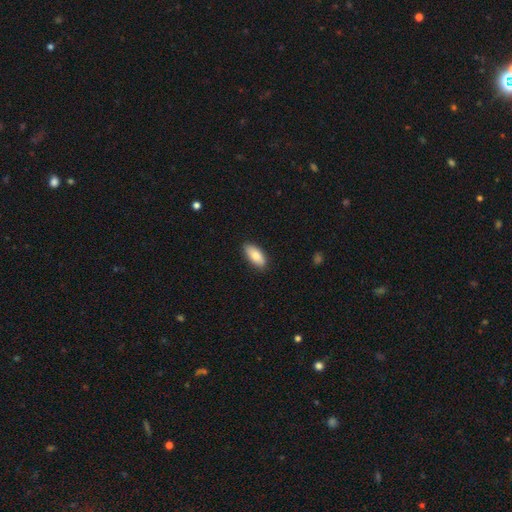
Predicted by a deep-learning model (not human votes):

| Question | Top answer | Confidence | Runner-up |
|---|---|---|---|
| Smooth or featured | smooth | 83% | featured or disk (11%) |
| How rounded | in between | 84% | cigar-shaped (13%) |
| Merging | none | 86% | minor disturbance (11%) |